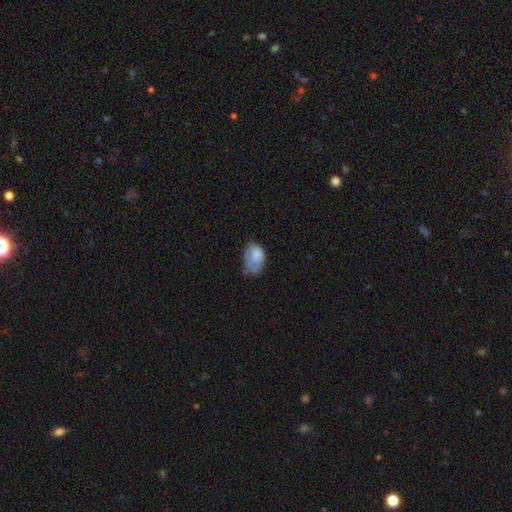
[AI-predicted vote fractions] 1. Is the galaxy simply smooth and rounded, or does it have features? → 74% smooth, 18% featured or disk, 8% star or artifact.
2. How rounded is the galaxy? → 85% in between, 13% round, 1% cigar-shaped.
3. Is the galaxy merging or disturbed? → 39% minor disturbance, 33% none, 24% major disturbance, 4% merger.